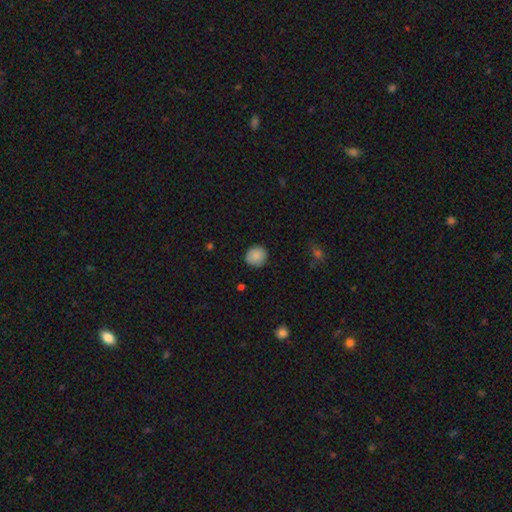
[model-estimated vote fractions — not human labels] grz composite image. It shows a smooth galaxy with no disk features (87%) that is round (90%). Merging: none (85%).